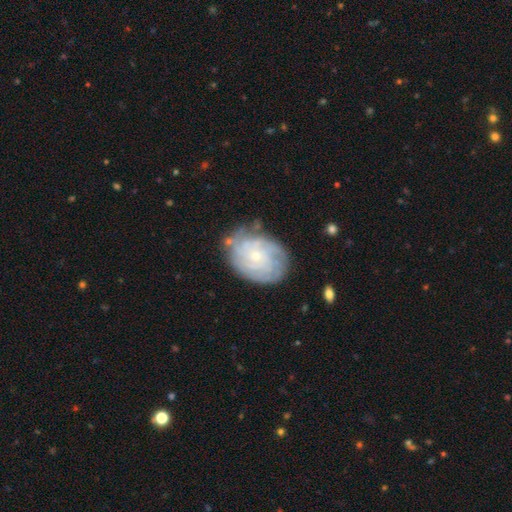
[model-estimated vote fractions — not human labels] Smooth or featured: featured or disk — 75% (smooth — 19%)
Edge-on disk: no — 97% (yes — 3%)
Bar: no — 79% (weak — 18%)
Spiral arms: yes — 90% (no — 10%)
Spiral winding: tight — 72% (medium — 22%)
Spiral arm count: can't tell — 46% (4 — 18%)
Bulge size: small — 76% (moderate — 20%)
Merging: none — 72% (minor disturbance — 19%)